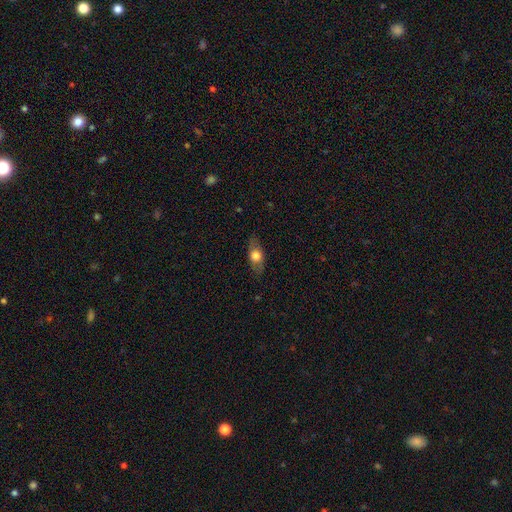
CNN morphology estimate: smooth 59%, featured or disk 34%, star or artifact 7%. Down the decision tree: how rounded — in between (71%); merging — none (82%).